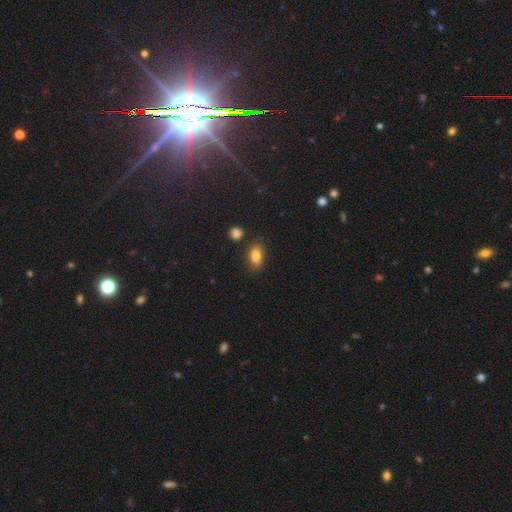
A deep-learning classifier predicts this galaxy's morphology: The model was most divided on "merging": none: 80%, minor disturbance: 13%, merger: 4%, major disturbance: 3%. More confident: how rounded — in between (85%); smooth or featured — smooth (83%).